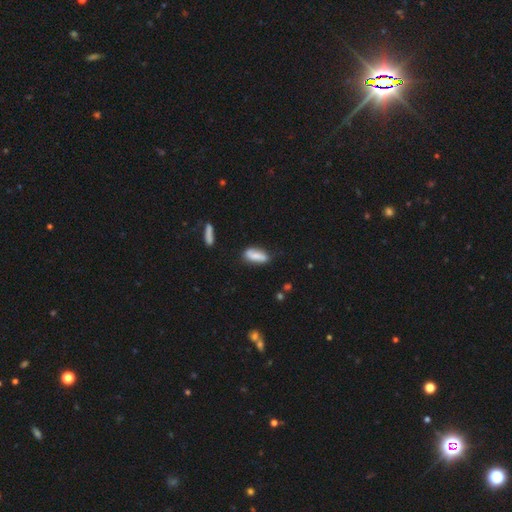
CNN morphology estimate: A smooth galaxy with no disk features (77%) that is in between round and cigar-shaped (70%). Merging: none (67%).